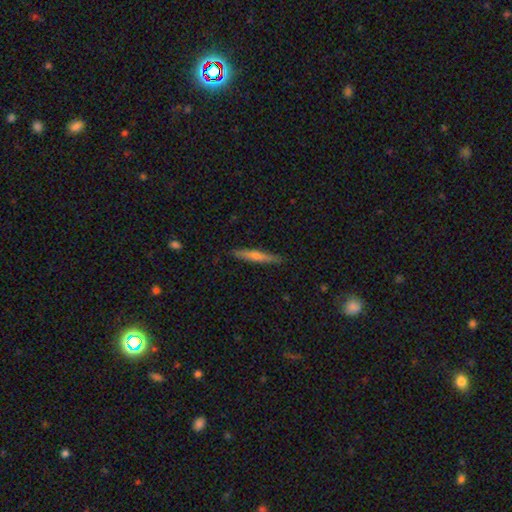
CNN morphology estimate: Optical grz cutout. It shows a smooth galaxy with no disk features (57%) that is cigar-shaped (94%). Merging: none (88%).